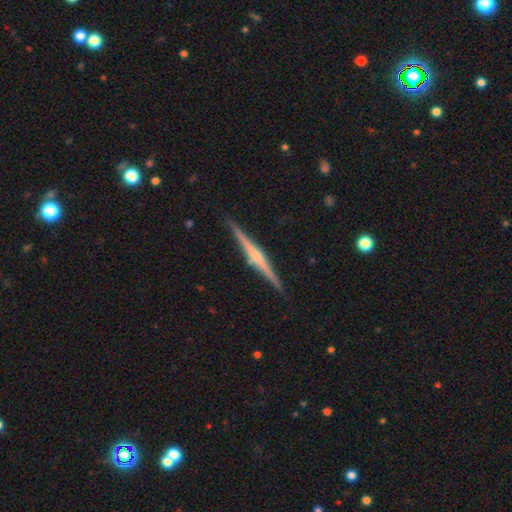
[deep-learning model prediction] Smooth or featured? Predicted: featured or disk (p=0.81). Edge-on disk? Predicted: yes (p=0.99). Edge-on bulge? Predicted: rounded (p=0.74). Merging? Predicted: none (p=0.91).